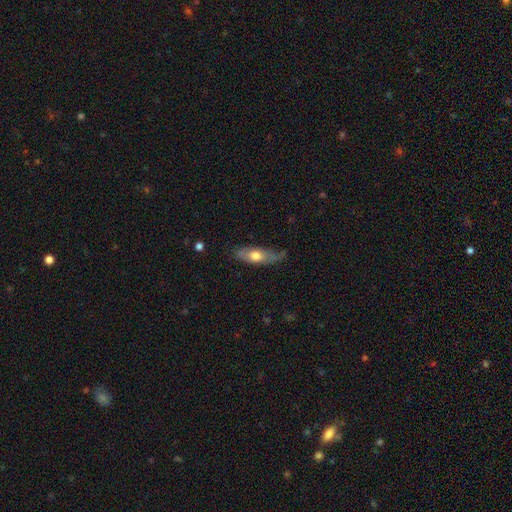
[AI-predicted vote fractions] smooth 59%, featured or disk 35%, star or artifact 6%. Down the decision tree: how rounded — in between (61%); merging — none (55%).